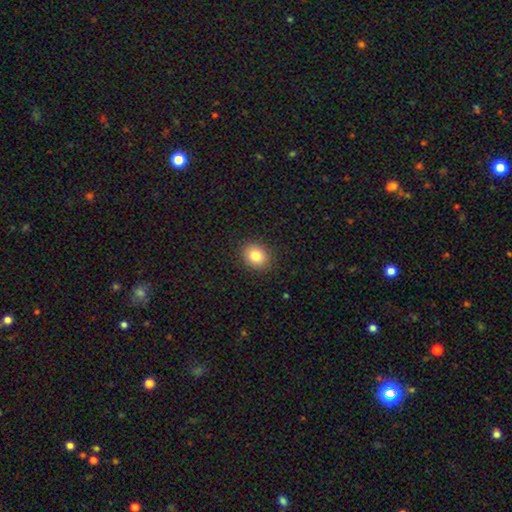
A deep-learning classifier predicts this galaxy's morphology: Smooth or featured: smooth — 82% (star or artifact — 10%)
How rounded: round — 64% (in between — 36%)
Merging: none — 90% (minor disturbance — 7%)